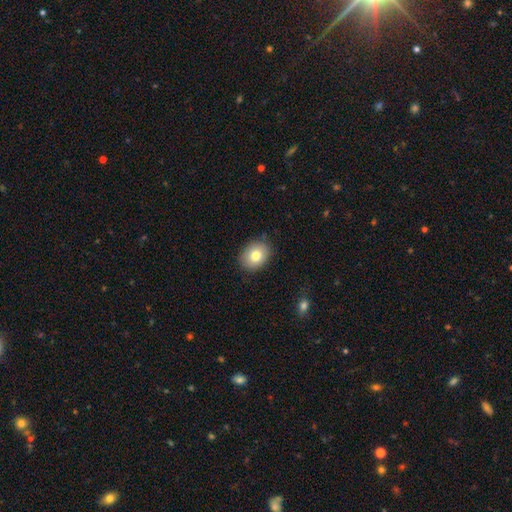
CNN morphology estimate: The model was most divided on "how rounded": in between: 60%, round: 39%, cigar-shaped: 1%. More confident: merging — none (86%); smooth or featured — smooth (80%).